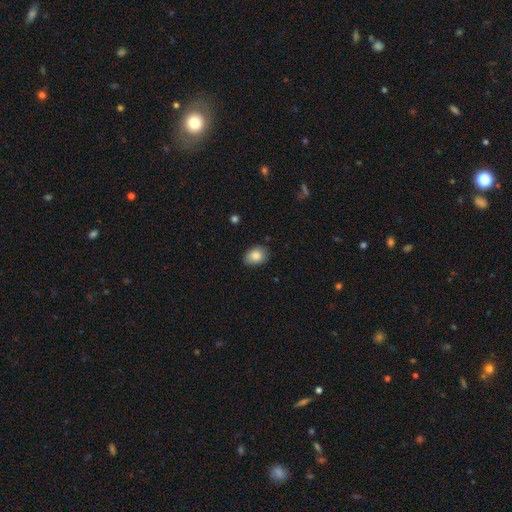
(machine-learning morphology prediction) This appears to be a smooth galaxy with no disk features (86%) that is in between round and cigar-shaped (69%). Merging: none (73%).